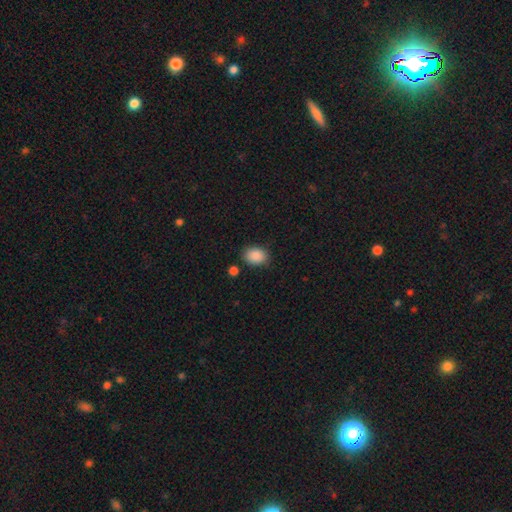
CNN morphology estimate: A smooth galaxy with no disk features (88%) that is in between round and cigar-shaped (71%). Merging: none (80%).